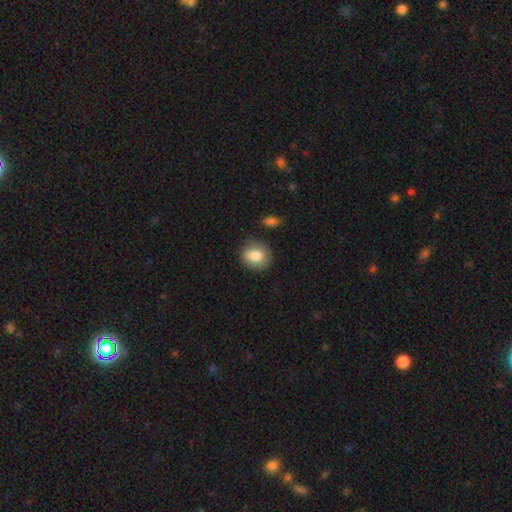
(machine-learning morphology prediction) This appears to be a smooth galaxy with no disk features (82%) that is round (73%). Merging: none (71%).